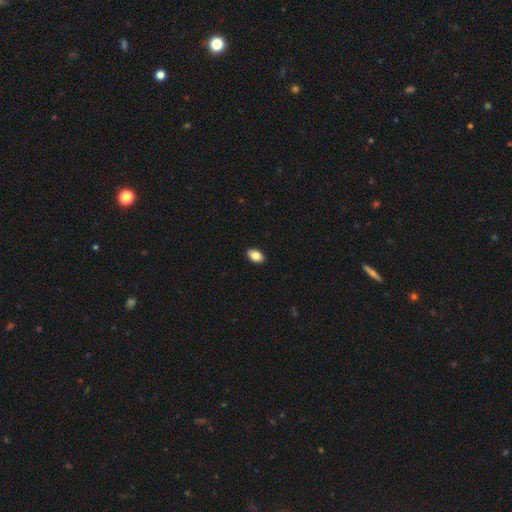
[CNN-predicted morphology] This is clearly a smooth galaxy (85%). How rounded: clearly in between (90%). Merging: clearly none (91%).